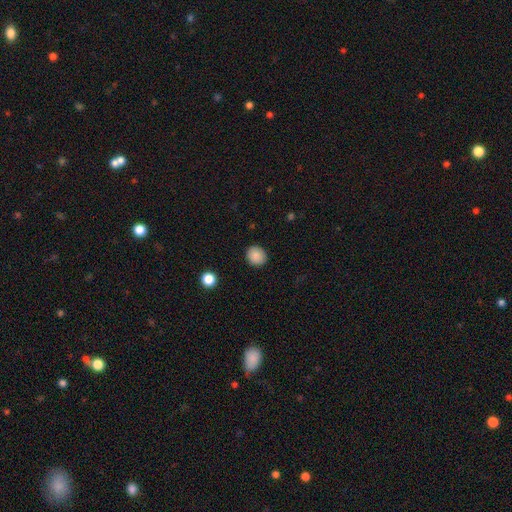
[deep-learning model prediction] smooth-or-featured: smooth: 88% | star or artifact: 9% | featured or disk: 3%
  how-rounded: round: 81% | in between: 18% | cigar-shaped: 1%
  merging: none: 91% | minor disturbance: 6% | major disturbance: 2% | merger: 1%